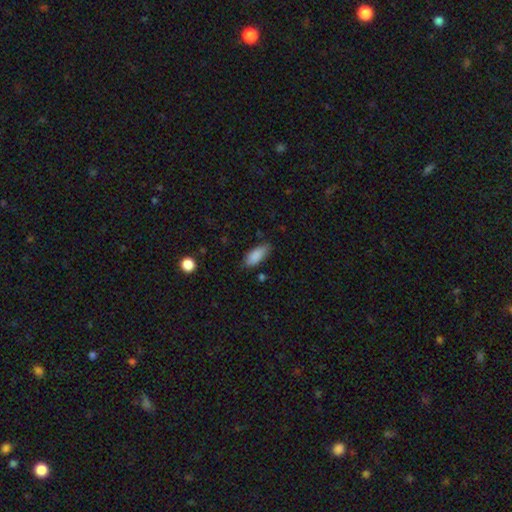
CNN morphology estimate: This appears to be a smooth galaxy with no disk features (88%) that is in between round and cigar-shaped (82%). Merging: none (74%).